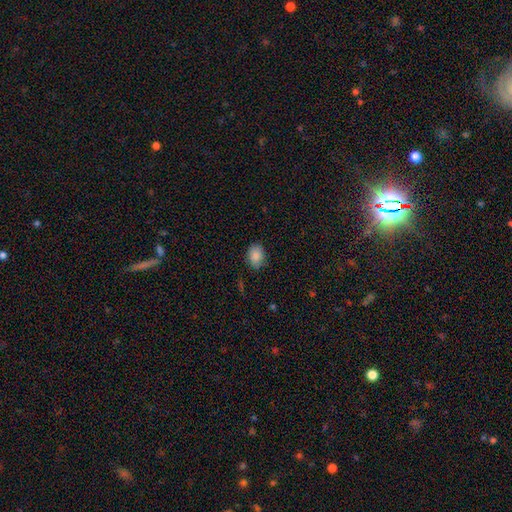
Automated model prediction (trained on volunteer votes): smooth-or-featured: smooth: 87% | star or artifact: 8% | featured or disk: 5%
  how-rounded: in between: 67% | round: 32% | cigar-shaped: 1%
  merging: none: 80% | minor disturbance: 16% | major disturbance: 3% | merger: 1%